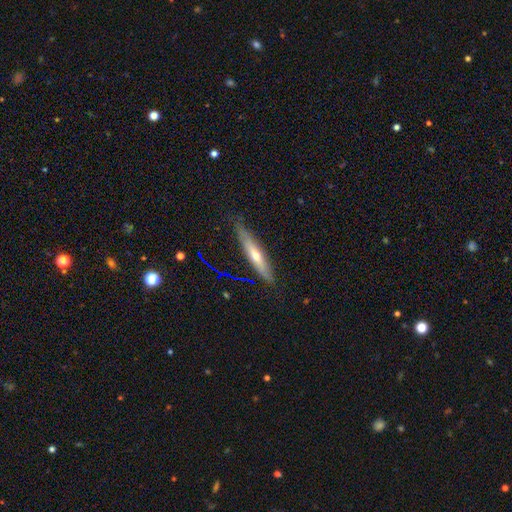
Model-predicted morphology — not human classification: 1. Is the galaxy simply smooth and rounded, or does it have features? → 53% featured or disk, 40% smooth, 7% star or artifact.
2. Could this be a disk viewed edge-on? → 84% yes, 16% no.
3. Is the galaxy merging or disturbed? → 80% none, 16% minor disturbance, 3% major disturbance, 1% merger.